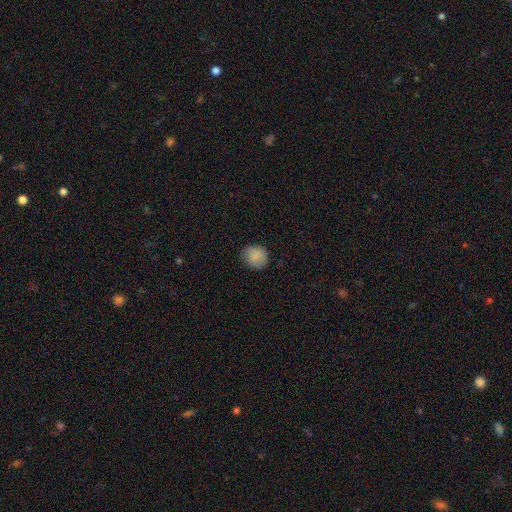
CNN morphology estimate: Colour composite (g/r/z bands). It shows a smooth galaxy with no disk features (87%) that is round (78%). Merging: none (81%).